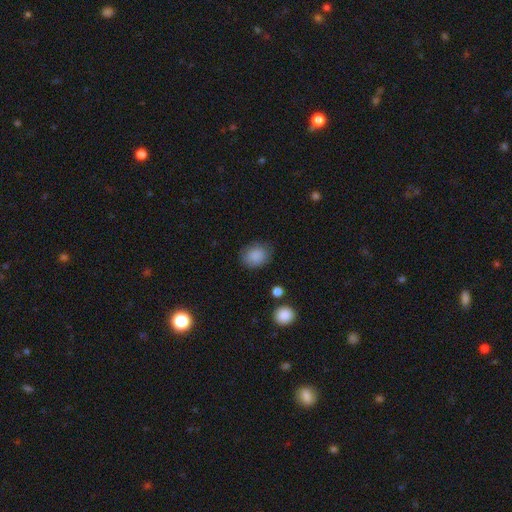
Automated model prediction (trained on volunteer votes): A smooth galaxy with no disk features (87%) that is round (51%). Merging: none (79%).